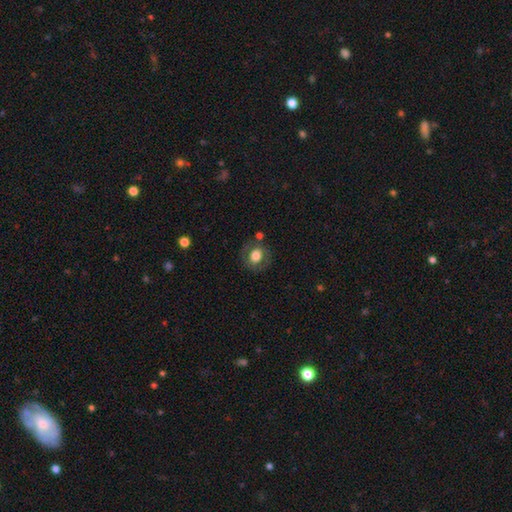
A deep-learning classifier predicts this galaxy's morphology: A smooth galaxy with no disk features (66%) that is round (65%). Merging: none (76%).